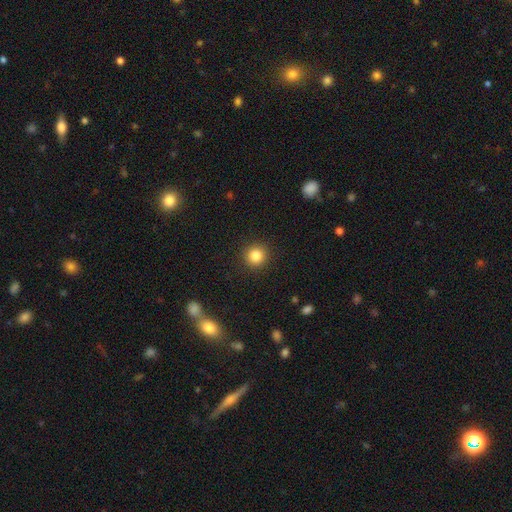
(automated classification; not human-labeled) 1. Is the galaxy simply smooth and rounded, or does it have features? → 84% smooth, 11% star or artifact, 5% featured or disk.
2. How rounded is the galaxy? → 93% round, 6% in between, 1% cigar-shaped.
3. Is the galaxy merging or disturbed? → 91% none, 5% minor disturbance, 2% major disturbance, 1% merger.